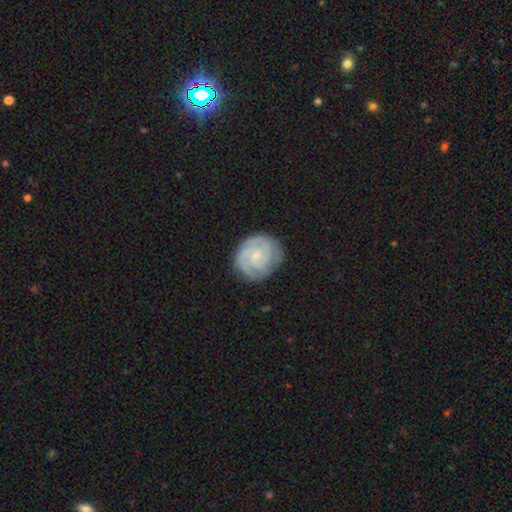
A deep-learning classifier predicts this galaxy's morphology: The model was most divided on "spiral arm count" (2-way tie): 2: 30%, 3: 30%, can't tell: 21%, 4: 8%, 1: 5%, more than 4: 5%. More confident: edge-on disk — no (98%); spiral arms — yes (96%); smooth or featured — featured or disk (81%); merging — none (80%); bulge size — small (74%); spiral winding — tight (72%); bar — no (61%).